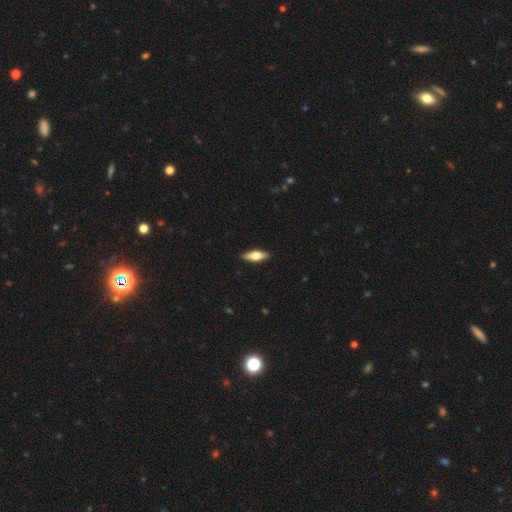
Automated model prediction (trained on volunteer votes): Q: Smooth or featured?
A: smooth (51%); runner-up: featured or disk (43%)
Q: How rounded?
A: in between (59%); runner-up: cigar-shaped (38%)
Q: Merging?
A: none (90%); runner-up: minor disturbance (7%)